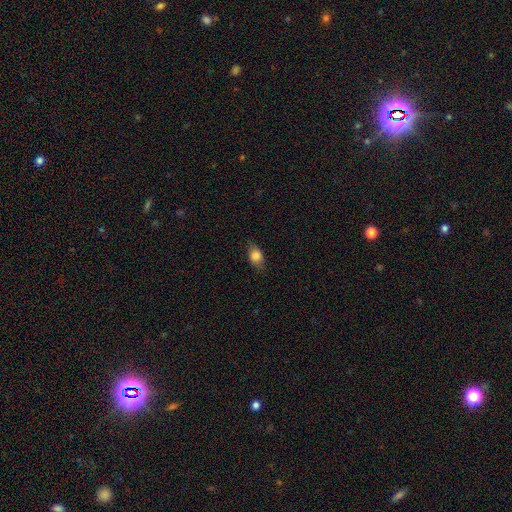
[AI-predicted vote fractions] Smooth or featured? Predicted: smooth (p=0.79). How rounded? Predicted: in between (p=0.69). Merging? Predicted: none (p=0.75).